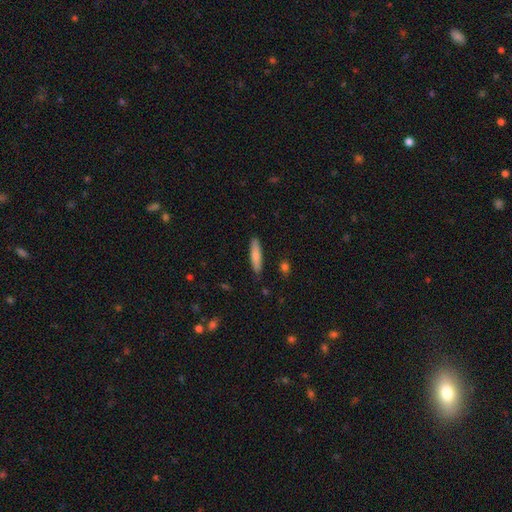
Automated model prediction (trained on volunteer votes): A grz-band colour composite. It shows a smooth galaxy with no disk features (77%) that is cigar-shaped (80%). Merging: none (88%).